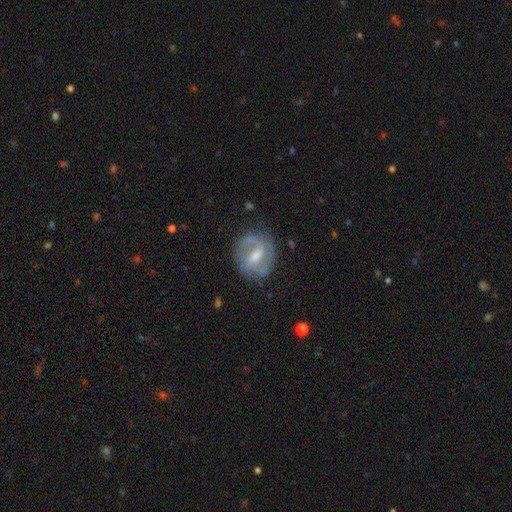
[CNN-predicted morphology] Q: Smooth or featured?
A: featured or disk (80%); runner-up: smooth (13%)
Q: Edge-on disk?
A: no (97%); runner-up: yes (3%)
Q: Bar?
A: weak (51%); runner-up: strong (35%)
Q: Spiral arms?
A: yes (90%); runner-up: no (10%)
Q: Spiral winding?
A: medium (46%); runner-up: tight (31%)
Q: Spiral arm count?
A: 2 (74%); runner-up: can't tell (12%)
Q: Bulge size?
A: moderate (50%); runner-up: small (37%)
Q: Merging?
A: none (73%); runner-up: minor disturbance (18%)